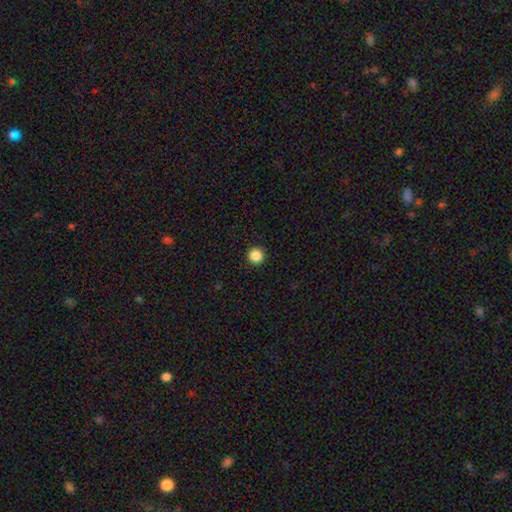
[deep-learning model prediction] Q: Smooth or featured?
A: smooth (87%); runner-up: star or artifact (11%)
Q: How rounded?
A: round (95%); runner-up: in between (4%)
Q: Merging?
A: none (92%); runner-up: minor disturbance (5%)